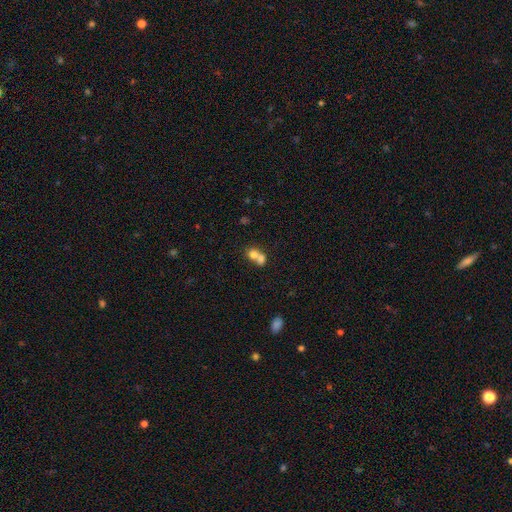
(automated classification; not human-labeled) Smooth or featured?
  - smooth: 71% *
  - featured or disk: 18%
  - star or artifact: 11%
How rounded?
  - round: 64% *
  - in between: 34%
  - cigar-shaped: 1%
Merging?
  - merger: 69% *
  - none: 23%
  - minor disturbance: 5%
  - major disturbance: 3%